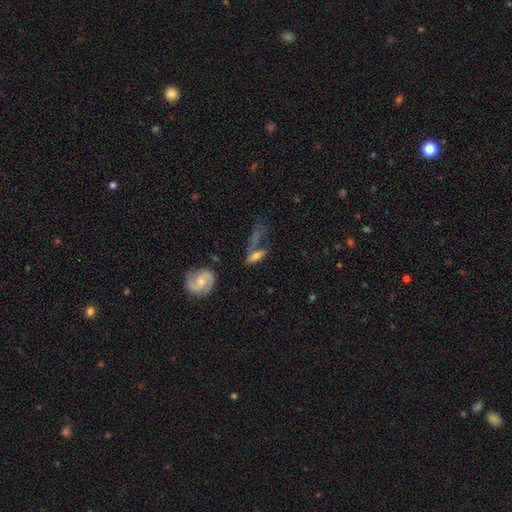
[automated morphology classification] Overall: smooth (52%; featured or disk 38%). How rounded: in between (62%; cigar-shaped 33%). Merging: none (40%; merger 21%).